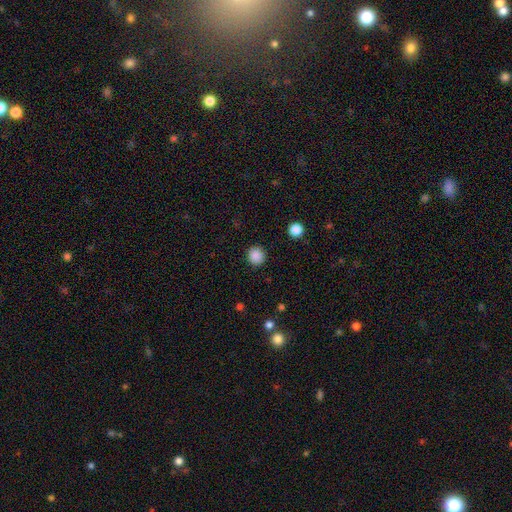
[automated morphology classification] Smooth or featured? Predicted: smooth (p=0.87). How rounded? Predicted: round (p=0.93). Merging? Predicted: none (p=0.91).